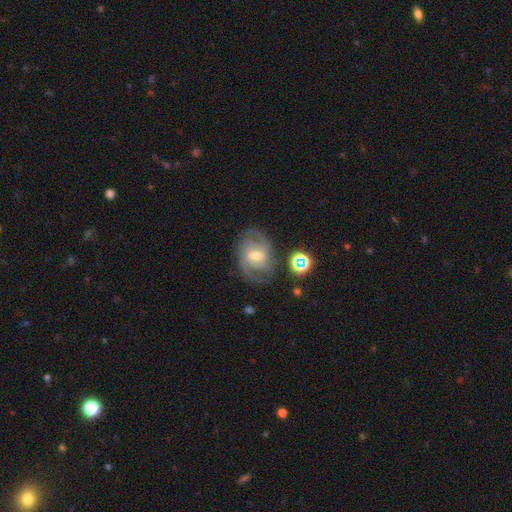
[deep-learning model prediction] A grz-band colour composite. It shows a featured or disk galaxy (81%) with a weak bar (50%), 2 (54%) medium (45%) spiral arms (95%) and a moderate central bulge (68%). Merging: none (74%).